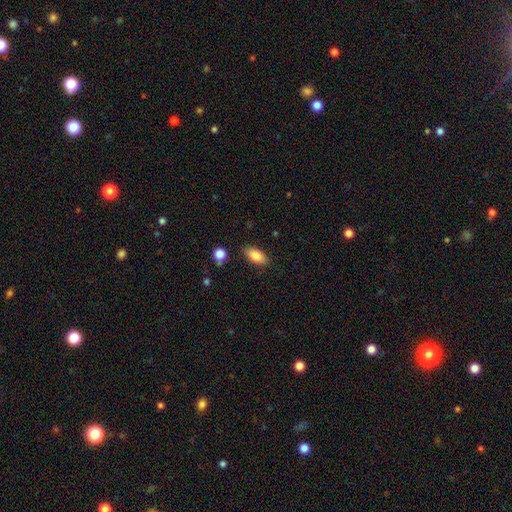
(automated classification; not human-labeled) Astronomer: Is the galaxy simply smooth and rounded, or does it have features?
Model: smooth — 84%.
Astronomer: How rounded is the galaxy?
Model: in between — 88%.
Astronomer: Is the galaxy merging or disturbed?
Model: none — 85%.